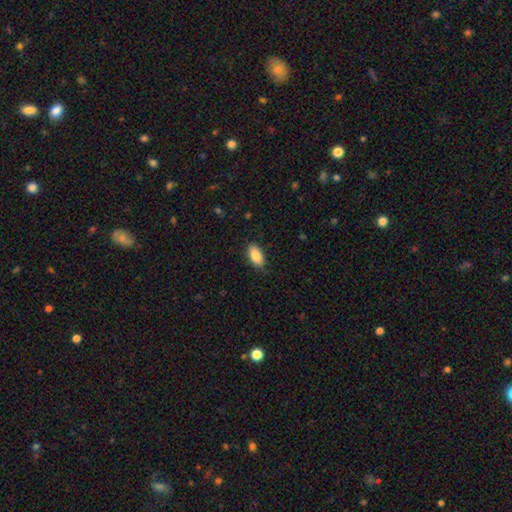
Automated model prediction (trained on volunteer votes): Smooth or featured?
  - smooth: 86% *
  - featured or disk: 8%
  - star or artifact: 7%
How rounded?
  - in between: 93% *
  - round: 4%
  - cigar-shaped: 3%
Merging?
  - none: 82% *
  - minor disturbance: 14%
  - major disturbance: 2%
  - merger: 1%